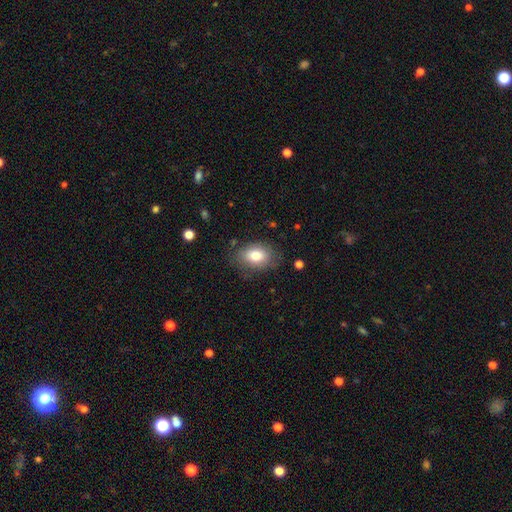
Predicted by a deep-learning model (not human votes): This is clearly a smooth galaxy (80%). How rounded: clearly in between (83%). Merging: likely none (77%).